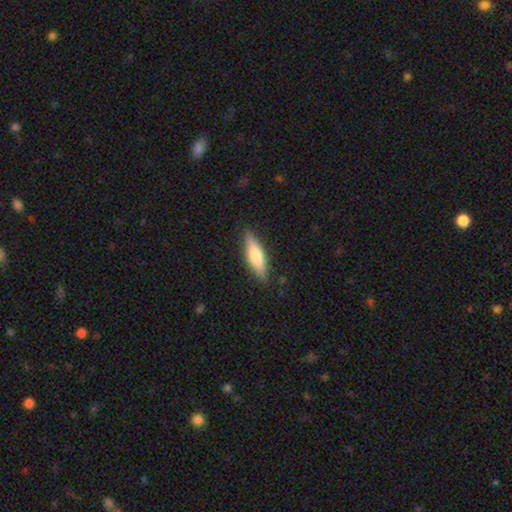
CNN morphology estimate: Smooth or featured? smooth (54%)
How rounded? cigar-shaped (68%)
Merging? none (86%)